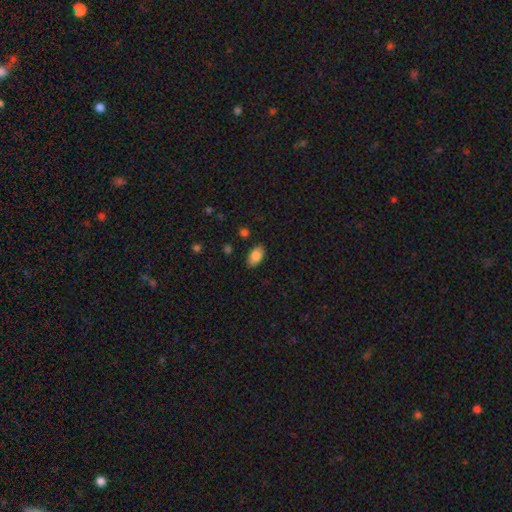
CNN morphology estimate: Overall: smooth (86%). How rounded: in between (92%). Merging: none (86%).